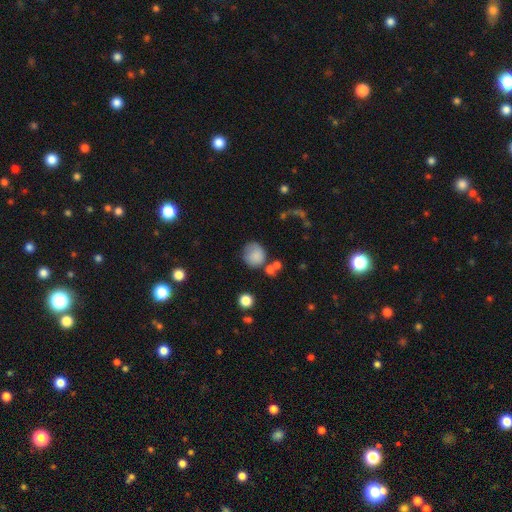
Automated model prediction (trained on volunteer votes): smooth-or-featured: smooth: 80% | star or artifact: 10% | featured or disk: 10%
  how-rounded: round: 82% | in between: 17% | cigar-shaped: 1%
  merging: none: 56% | minor disturbance: 23% | merger: 11% | major disturbance: 11%